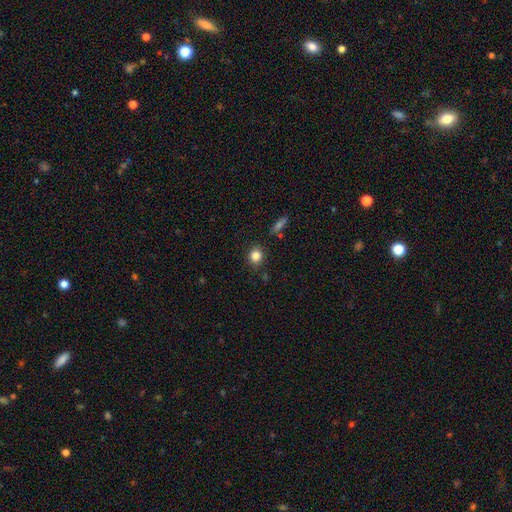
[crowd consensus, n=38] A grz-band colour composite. It shows a smooth galaxy with no disk features (87%) that is round (85%). Merging: none (72%).